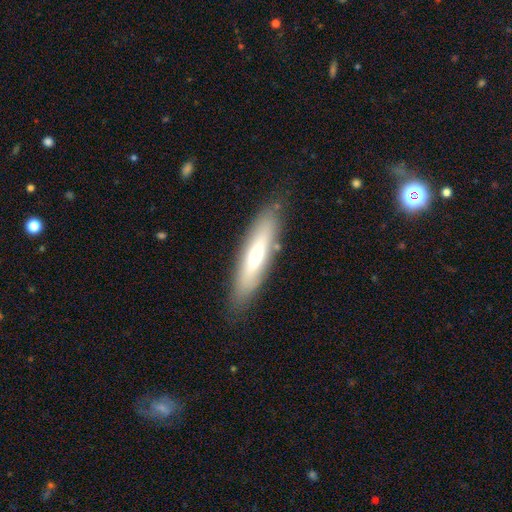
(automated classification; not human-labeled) Morphology: type=smooth (55%); roundness=cigar-shaped (72%); merging=none (84%).